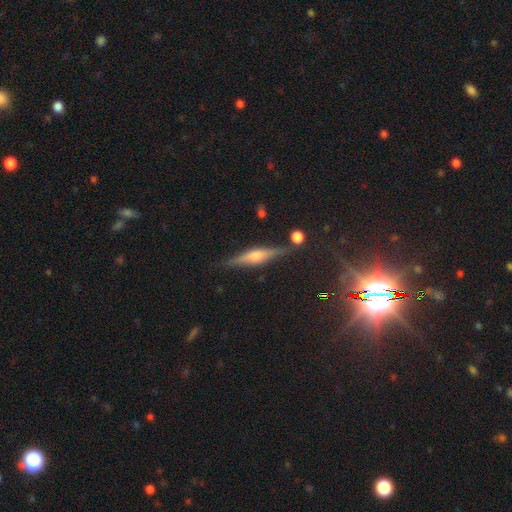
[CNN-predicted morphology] featured or disk 71%, smooth 20%, star or artifact 9%. Down the decision tree: edge-on disk — yes (96%); edge-on bulge — rounded (80%); merging — none (85%).